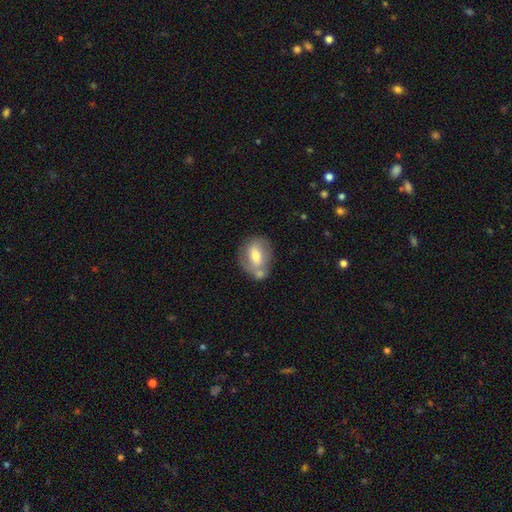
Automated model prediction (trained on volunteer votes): smooth 56%, featured or disk 37%, star or artifact 7%. Down the decision tree: how rounded — in between (58%); merging — none (50%).